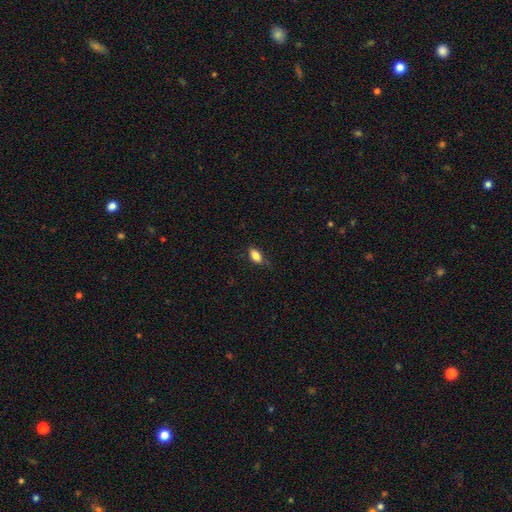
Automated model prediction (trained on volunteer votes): Smooth or featured? smooth (84%)
How rounded? in between (87%)
Merging? none (75%)